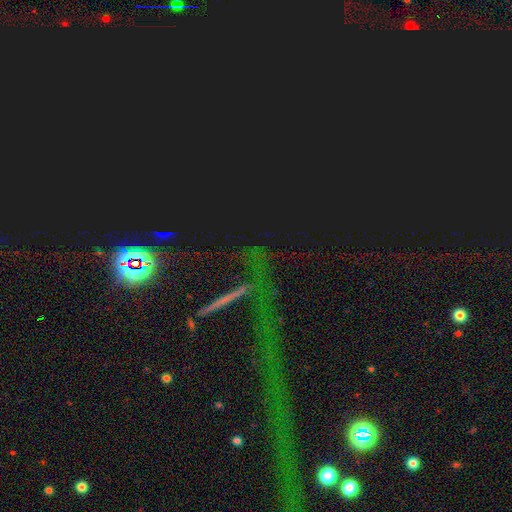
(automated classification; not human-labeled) Smooth or featured?
  - star or artifact: 75% *
  - featured or disk: 13%
  - smooth: 12%